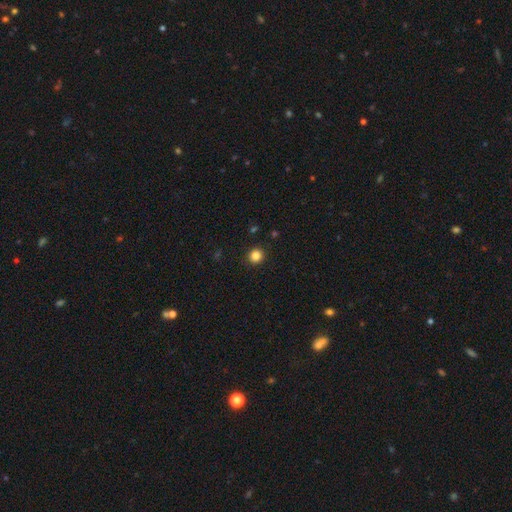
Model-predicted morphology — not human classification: A smooth galaxy with no disk features (84%) that is round (88%). Merging: none (91%).